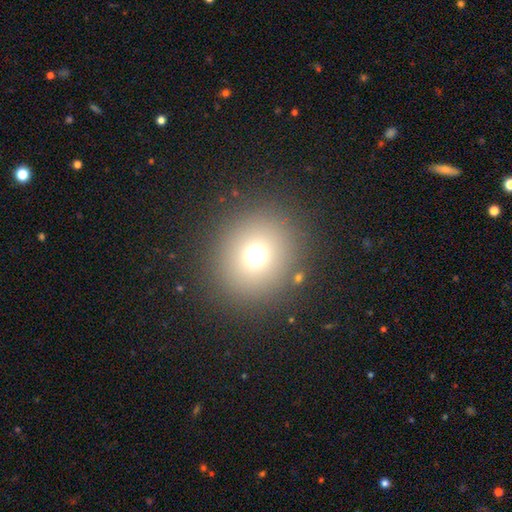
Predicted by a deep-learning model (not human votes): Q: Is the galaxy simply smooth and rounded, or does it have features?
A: smooth — 69%.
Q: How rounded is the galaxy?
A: round — 87%.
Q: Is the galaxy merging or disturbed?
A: none — 87%.